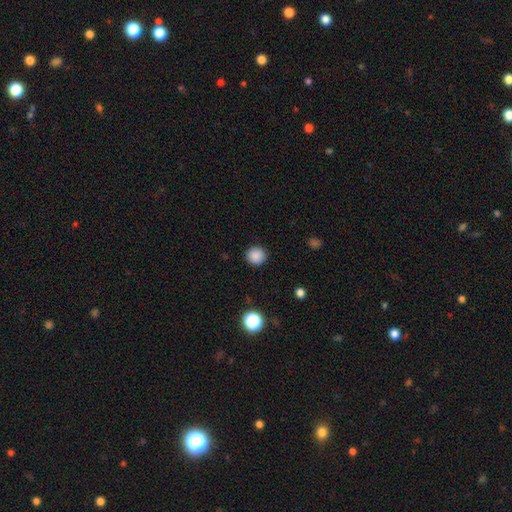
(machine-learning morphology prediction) smooth-or-featured: smooth: 87% | star or artifact: 10% | featured or disk: 3%
  how-rounded: round: 94% | in between: 5% | cigar-shaped: 1%
  merging: none: 91% | minor disturbance: 6% | major disturbance: 2% | merger: 1%